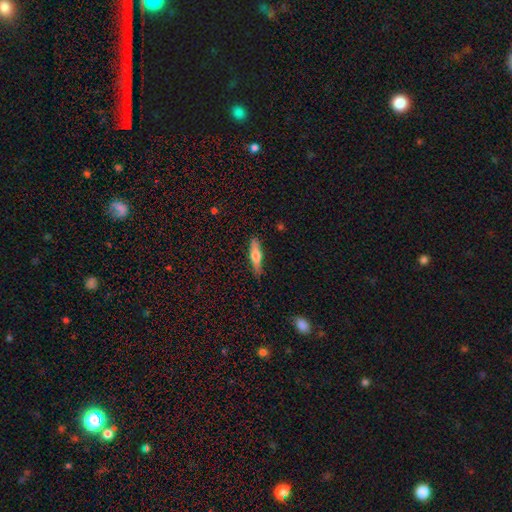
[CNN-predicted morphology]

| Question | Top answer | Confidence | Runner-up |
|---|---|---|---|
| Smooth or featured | smooth | 55% | featured or disk (39%) |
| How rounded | cigar-shaped | 74% | in between (24%) |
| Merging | none | 84% | minor disturbance (12%) |